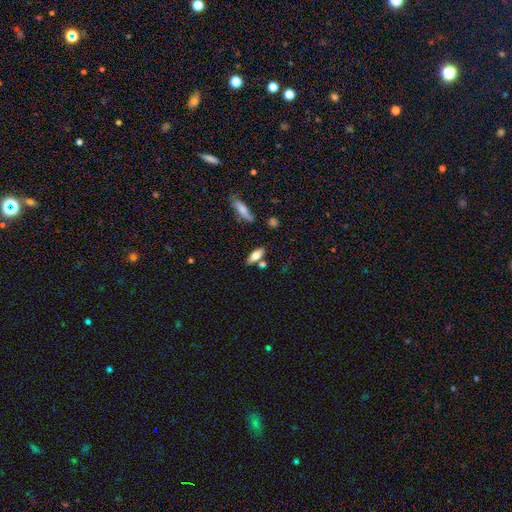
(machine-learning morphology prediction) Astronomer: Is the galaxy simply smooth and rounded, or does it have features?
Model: smooth — 61%.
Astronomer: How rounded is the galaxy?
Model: in between — 63%.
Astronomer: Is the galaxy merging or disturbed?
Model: none — 71%.